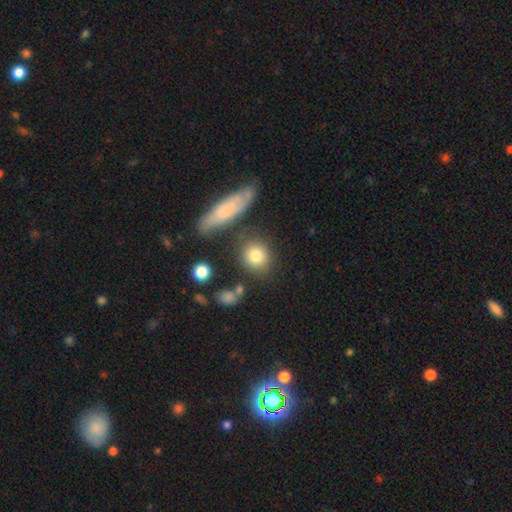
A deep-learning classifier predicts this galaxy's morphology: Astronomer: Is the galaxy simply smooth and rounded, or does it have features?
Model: smooth — 81%.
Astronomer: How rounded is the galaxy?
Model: round — 76%.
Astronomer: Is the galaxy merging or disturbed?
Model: none — 75%.